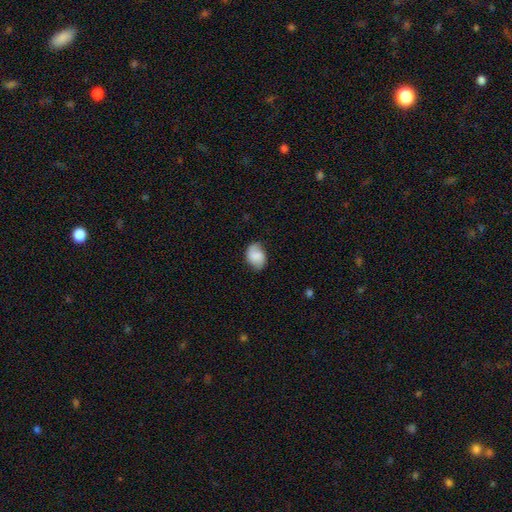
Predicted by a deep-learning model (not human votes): smooth_or_featured: smooth (p=0.66) [alt: featured or disk p=0.26]
how_rounded: in between (p=0.72) [alt: round p=0.26]
merging: none (p=0.72) [alt: minor disturbance p=0.21]